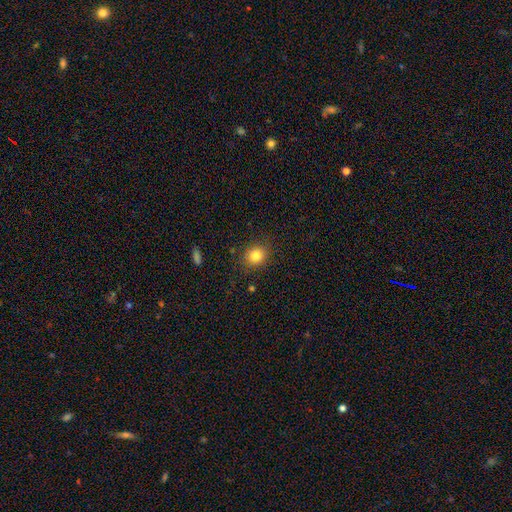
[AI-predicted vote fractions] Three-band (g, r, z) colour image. It shows a smooth galaxy with no disk features (82%) that is round (73%). Merging: none (86%).